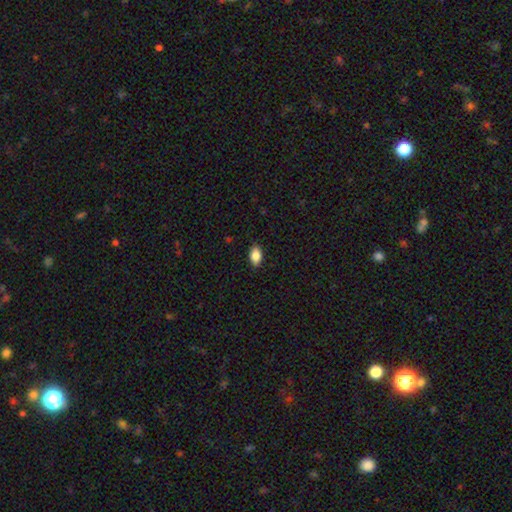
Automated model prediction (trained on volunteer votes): smooth 87%, star or artifact 8%, featured or disk 5%. Down the decision tree: how rounded — in between (91%); merging — none (87%).